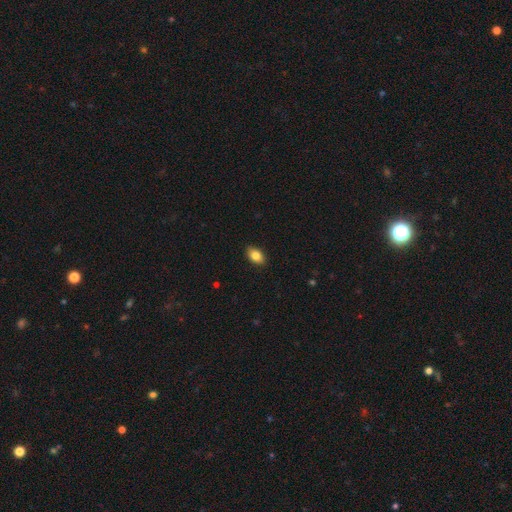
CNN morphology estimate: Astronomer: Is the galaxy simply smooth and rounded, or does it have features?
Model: smooth — 83%.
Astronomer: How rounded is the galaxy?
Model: in between — 88%.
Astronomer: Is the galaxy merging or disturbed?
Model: none — 88%.